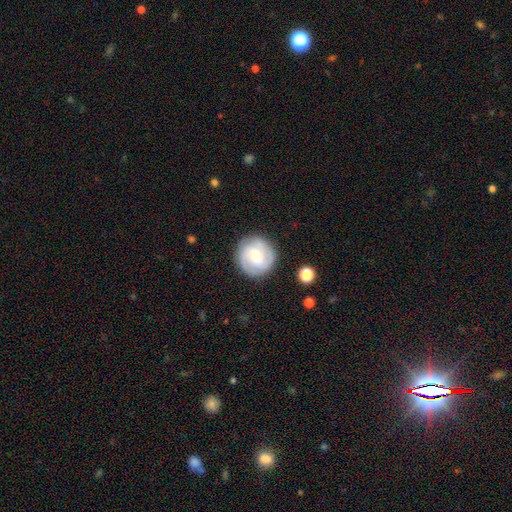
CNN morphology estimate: featured or disk 66%, smooth 28%, star or artifact 6%. Down the decision tree: edge-on disk — no (98%); bar — weak (53%); spiral arms — yes (91%); spiral arm count — 2 (55%); spiral winding — tight (45%); bulge size — small (48%); merging — none (85%).